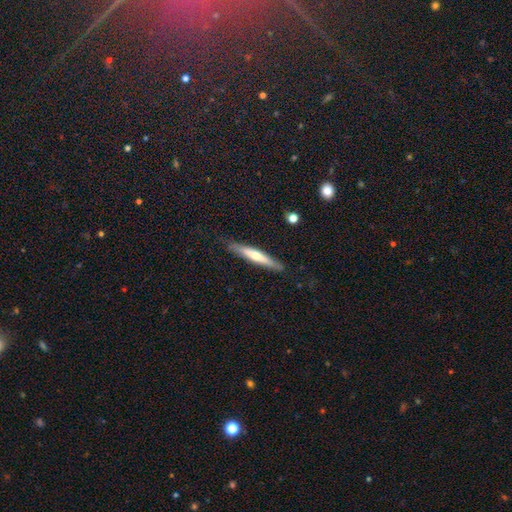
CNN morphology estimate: Q: Smooth or featured?
A: featured or disk (48%); runner-up: smooth (46%)
Q: Merging?
A: none (87%); runner-up: minor disturbance (10%)